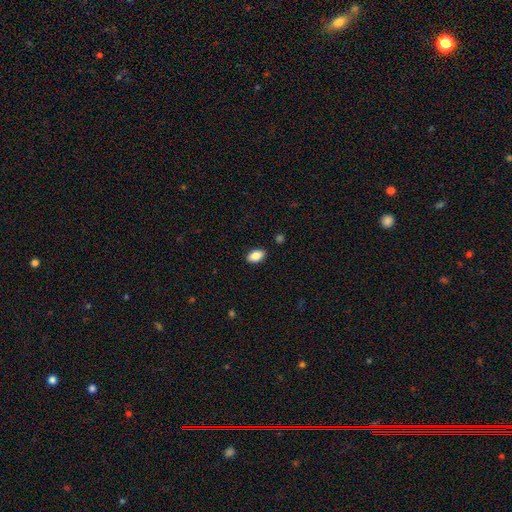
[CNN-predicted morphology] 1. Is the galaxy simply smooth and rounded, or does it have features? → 85% smooth, 8% featured or disk, 7% star or artifact.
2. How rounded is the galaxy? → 91% in between, 6% round, 3% cigar-shaped.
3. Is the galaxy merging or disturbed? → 89% none, 8% minor disturbance, 2% major disturbance, 1% merger.